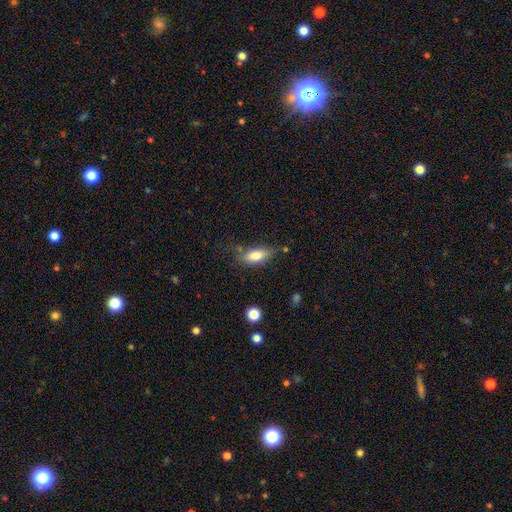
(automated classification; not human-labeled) Smooth or featured? Predicted: smooth (p=0.76). How rounded? Predicted: in between (p=0.76). Merging? Predicted: none (p=0.66).